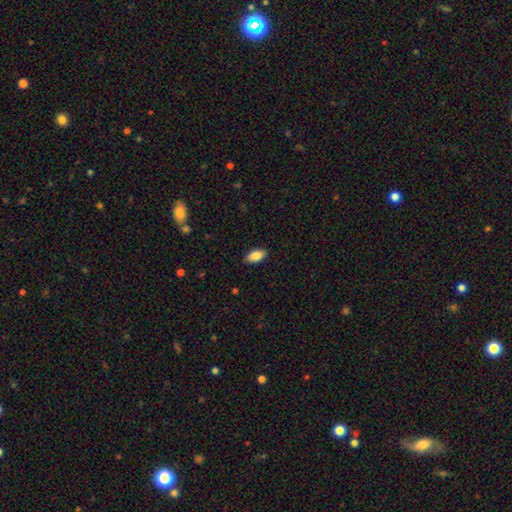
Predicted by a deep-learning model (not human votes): smooth 88%, star or artifact 7%, featured or disk 5%. Down the decision tree: how rounded — in between (93%); merging — none (88%).